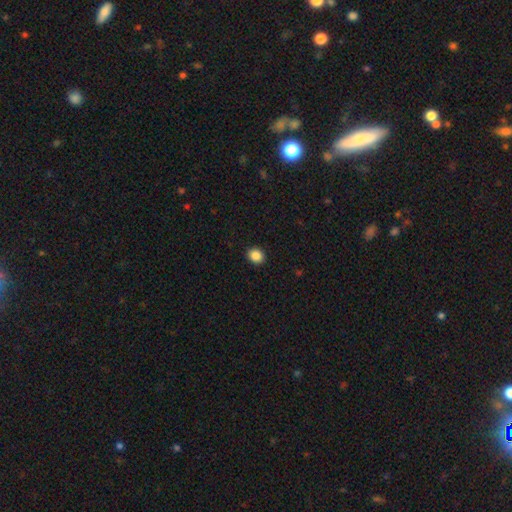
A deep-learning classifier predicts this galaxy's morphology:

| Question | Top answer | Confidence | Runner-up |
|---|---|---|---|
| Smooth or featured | smooth | 87% | star or artifact (10%) |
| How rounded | round | 67% | in between (32%) |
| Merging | none | 92% | minor disturbance (5%) |